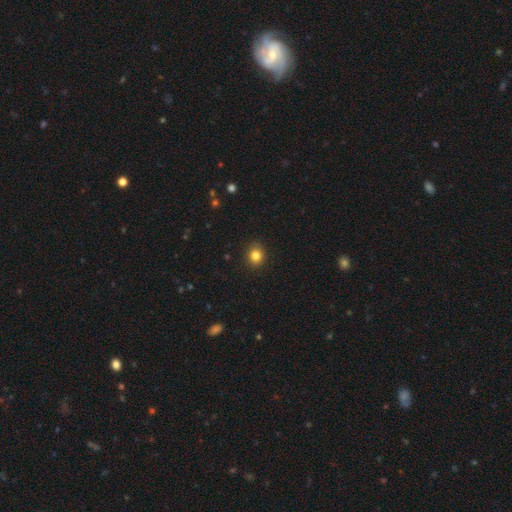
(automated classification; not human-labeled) A smooth galaxy with no disk features (83%) that is round (79%).

Vote fractions:
- Smooth or featured? smooth: 83% / star or artifact: 12% / featured or disk: 5%
- How rounded? round: 79% / in between: 20% / cigar-shaped: 1%
- Merging? none: 90% / minor disturbance: 7% / major disturbance: 2% / merger: 1%